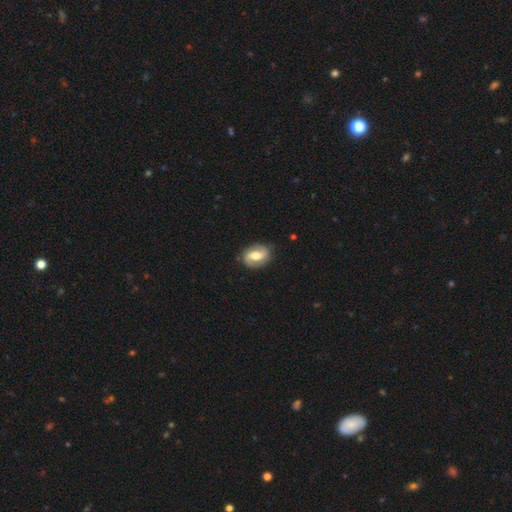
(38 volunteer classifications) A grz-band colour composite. It shows a featured or disk galaxy (63%) with no bar (46%), 2 (95%) medium (43%) spiral arms (88%) and a moderate central bulge (67%). Merging: none (73%).